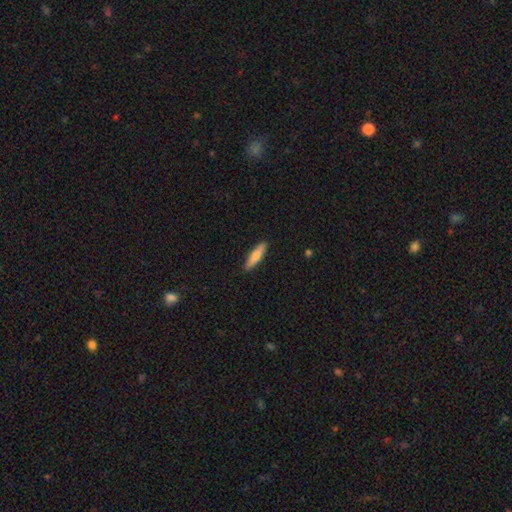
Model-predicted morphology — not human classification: Smooth or featured? Predicted: smooth (p=0.76). How rounded? Predicted: cigar-shaped (p=0.77). Merging? Predicted: none (p=0.89).